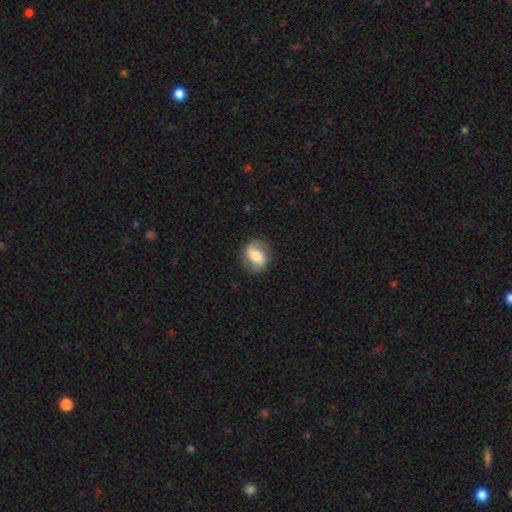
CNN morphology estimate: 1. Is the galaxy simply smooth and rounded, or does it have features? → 56% featured or disk, 37% smooth, 7% star or artifact.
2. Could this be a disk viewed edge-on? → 95% no, 5% yes.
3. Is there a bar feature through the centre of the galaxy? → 38% weak, 31% strong, 31% no.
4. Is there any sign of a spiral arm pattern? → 80% yes, 20% no.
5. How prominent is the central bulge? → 63% moderate, 17% small, 16% large, 2% dominant, 2% none.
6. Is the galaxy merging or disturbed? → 83% none, 12% minor disturbance, 4% major disturbance, 1% merger.